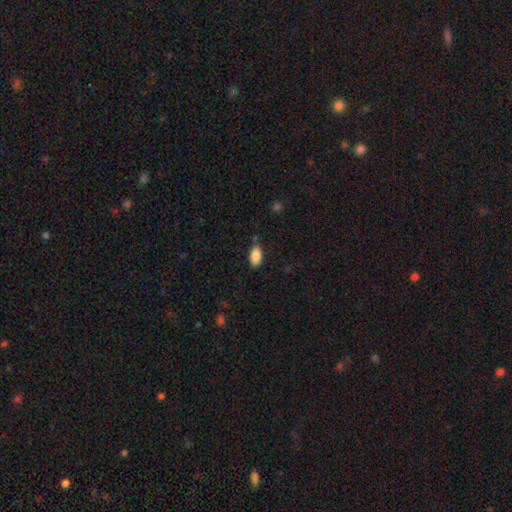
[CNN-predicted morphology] This appears to be a smooth galaxy with no disk features (88%) that is in between round and cigar-shaped (93%). Merging: none (75%).